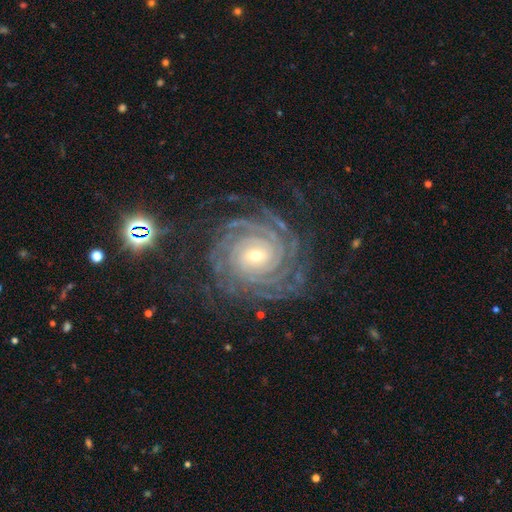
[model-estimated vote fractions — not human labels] This appears to be a featured or disk galaxy (91%) with no bar (48%), 4 (26%) tight (88%) spiral arms (99%) and a small central bulge (64%). Merging: none (80%).